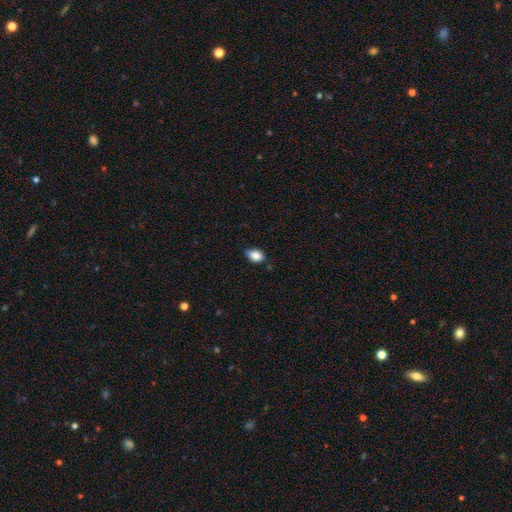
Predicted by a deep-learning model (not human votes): Overall: smooth (87%). How rounded: in between (83%). Merging: none (78%).